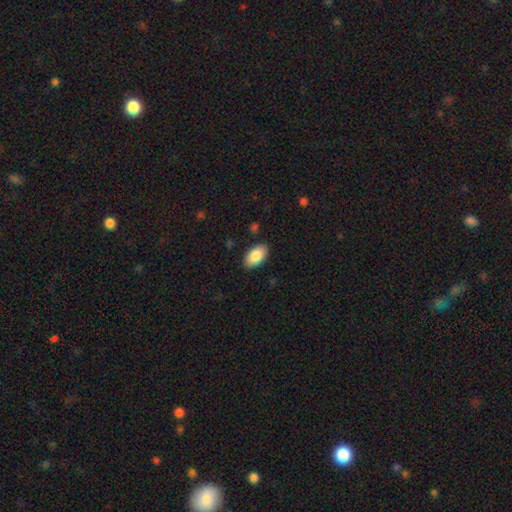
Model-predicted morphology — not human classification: Smooth or featured? Predicted: smooth (p=0.86). How rounded? Predicted: in between (p=0.95). Merging? Predicted: none (p=0.88).